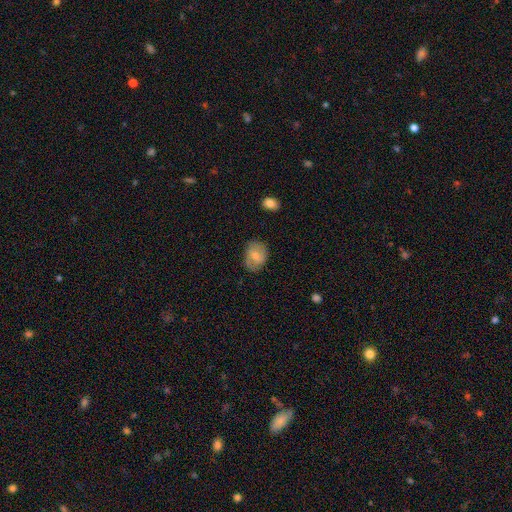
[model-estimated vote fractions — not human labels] Overall: smooth (59%; featured or disk 33%). How rounded: in between (58%; round 41%). Merging: none (68%).